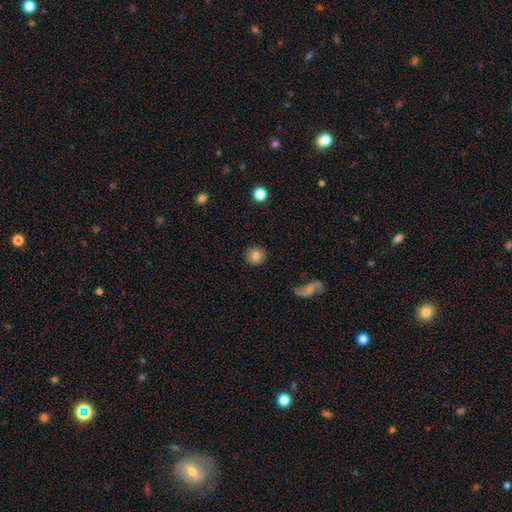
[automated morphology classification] This appears to be a smooth galaxy with no disk features (80%) that is round (92%). Merging: none (89%).